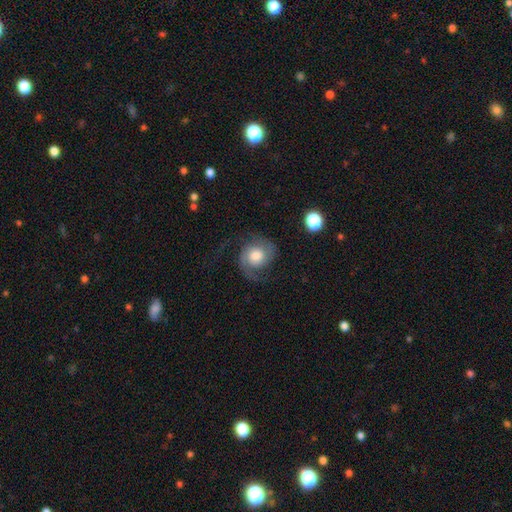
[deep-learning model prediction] A featured or disk galaxy (76%) with no bar (73%), 2 (84%) medium (46%) spiral arms (95%) and a moderate central bulge (53%). Merging: none (67%).